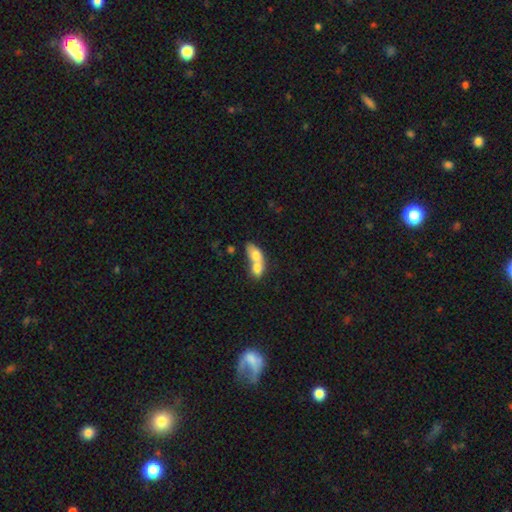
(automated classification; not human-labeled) Smooth or featured? smooth (71%)
How rounded? in between (75%)
Merging? merger (79%)